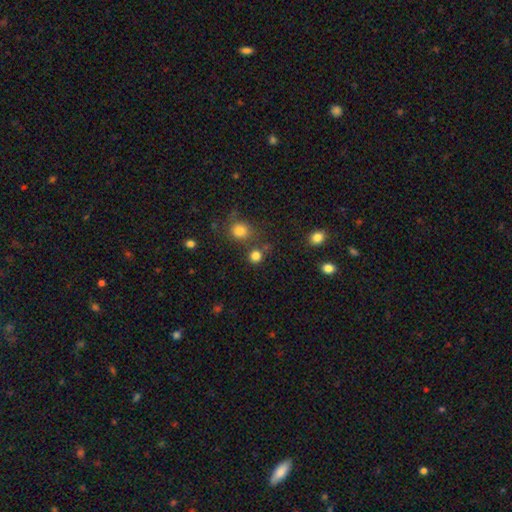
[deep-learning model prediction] smooth_or_featured: smooth (p=0.81) [alt: star or artifact p=0.14]
how_rounded: round (p=0.88) [alt: in between p=0.11]
merging: none (p=0.75) [alt: merger p=0.13]